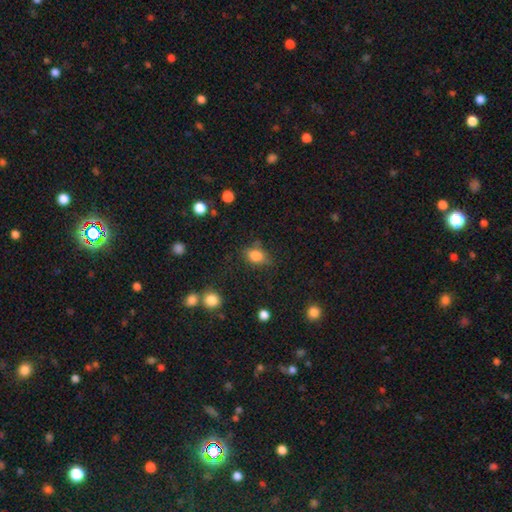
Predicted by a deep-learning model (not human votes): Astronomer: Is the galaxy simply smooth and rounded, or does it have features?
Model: smooth — 80%.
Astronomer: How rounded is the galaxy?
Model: in between — 67%.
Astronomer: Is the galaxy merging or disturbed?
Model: none — 67%.